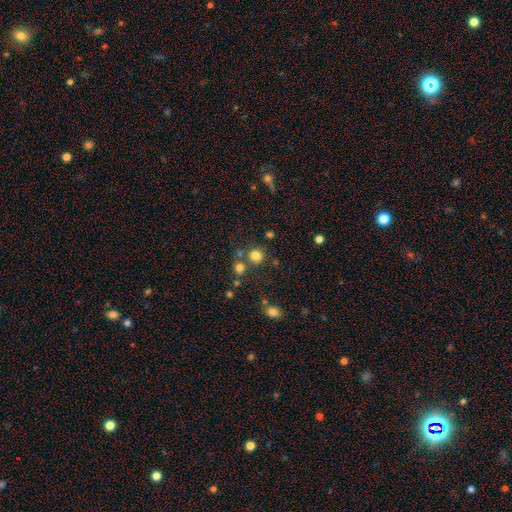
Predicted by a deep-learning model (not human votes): A smooth galaxy with no disk features (78%) that is round (90%). Merging: none (72%).